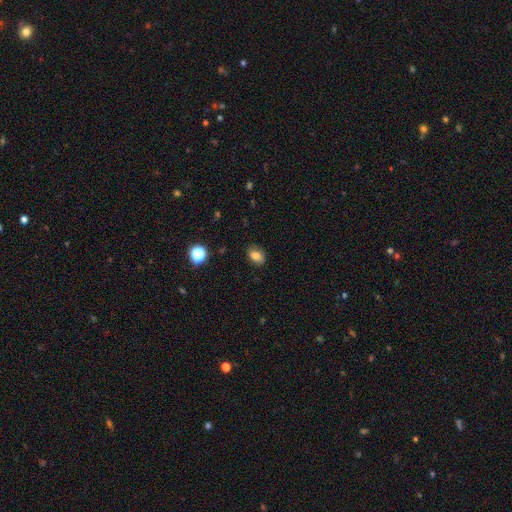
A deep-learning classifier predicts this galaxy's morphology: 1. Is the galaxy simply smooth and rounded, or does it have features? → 76% smooth, 12% featured or disk, 11% star or artifact.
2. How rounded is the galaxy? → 83% in between, 15% round, 2% cigar-shaped.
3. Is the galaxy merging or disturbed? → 83% none, 13% minor disturbance, 3% major disturbance, 1% merger.